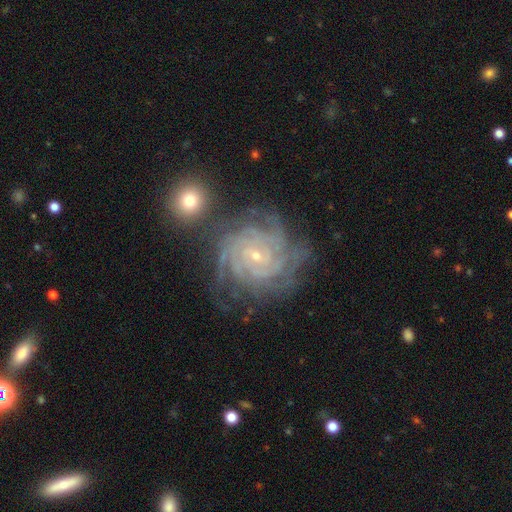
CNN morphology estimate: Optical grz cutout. It shows a featured or disk galaxy (89%) with no bar (57%), 4 (33%) tight (80%) spiral arms (98%) and a small central bulge (80%). Merging: none (71%).